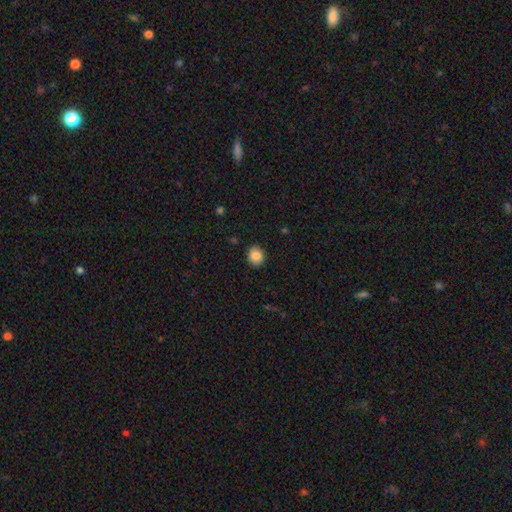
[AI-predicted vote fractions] This appears to be a smooth galaxy with no disk features (85%) that is round (67%). Merging: none (89%).